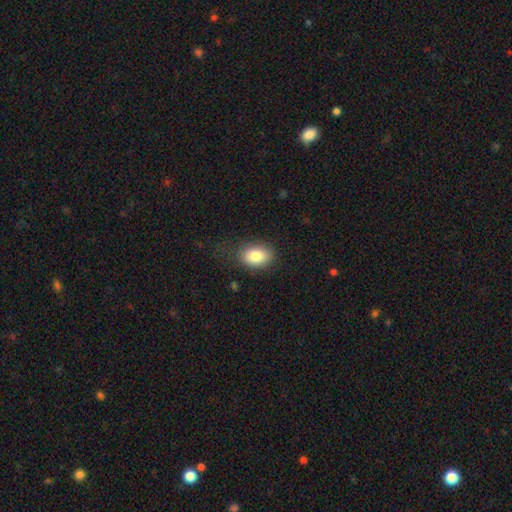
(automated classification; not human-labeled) The model was most divided on "how rounded": in between: 78%, round: 21%, cigar-shaped: 1%. More confident: smooth or featured — smooth (82%); merging — none (78%).